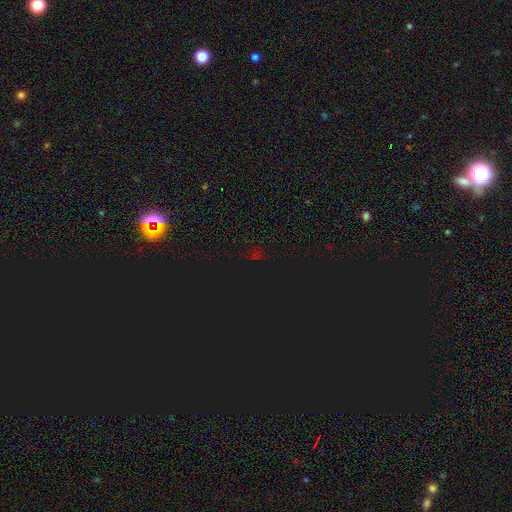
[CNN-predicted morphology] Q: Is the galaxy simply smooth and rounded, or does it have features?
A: star or artifact — 75%.